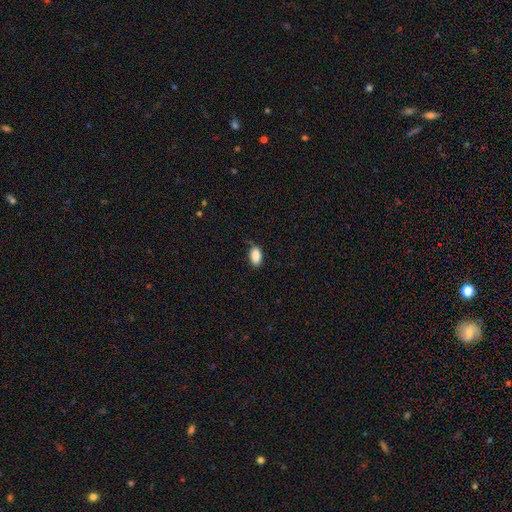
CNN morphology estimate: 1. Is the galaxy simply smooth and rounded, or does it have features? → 88% smooth, 7% star or artifact, 5% featured or disk.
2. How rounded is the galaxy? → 93% in between, 5% round, 2% cigar-shaped.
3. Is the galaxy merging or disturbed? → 73% none, 21% minor disturbance, 4% major disturbance, 2% merger.